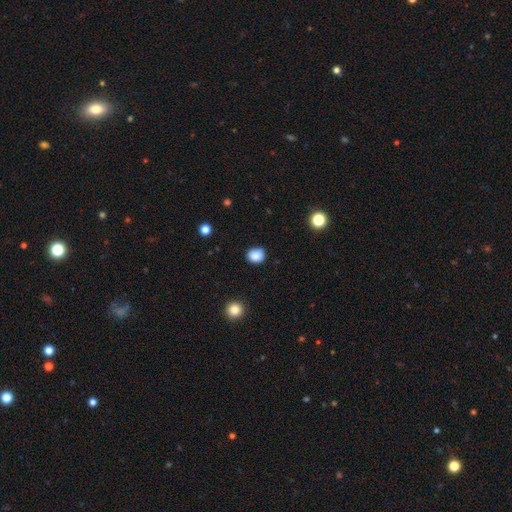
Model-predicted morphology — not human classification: smooth_or_featured: smooth (p=0.87) [alt: star or artifact p=0.10]
how_rounded: round (p=0.66) [alt: in between p=0.33]
merging: none (p=0.86) [alt: minor disturbance p=0.11]